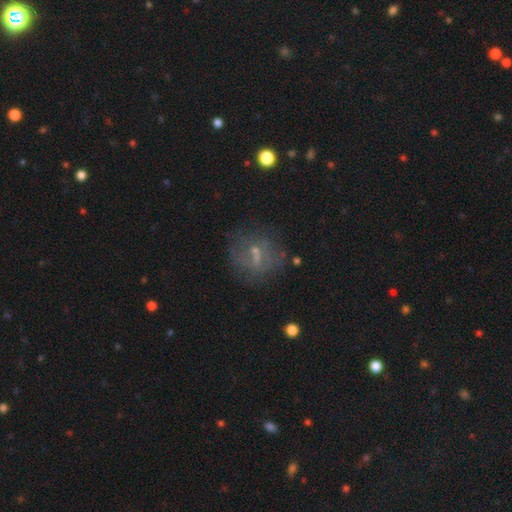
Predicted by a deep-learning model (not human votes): Q: Smooth or featured?
A: featured or disk (48%); runner-up: smooth (34%)
Q: Merging?
A: none (65%); runner-up: minor disturbance (17%)